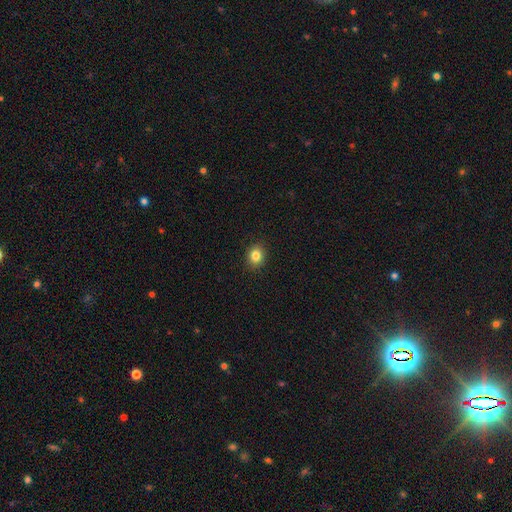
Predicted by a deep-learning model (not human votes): Overall: smooth (84%). How rounded: round (64%; in between 35%). Merging: none (91%).